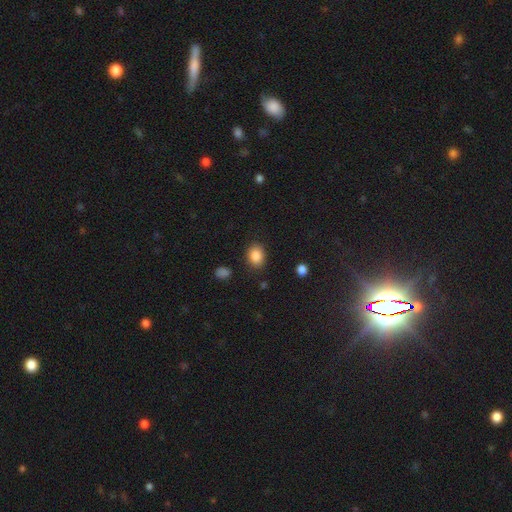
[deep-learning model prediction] A smooth galaxy with no disk features (87%) that is in between round and cigar-shaped (60%). Merging: none (84%).